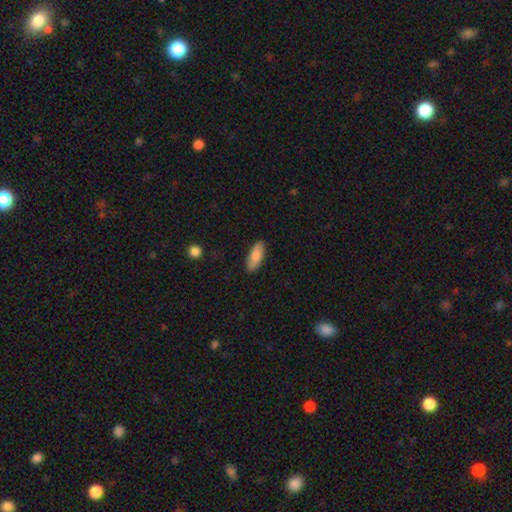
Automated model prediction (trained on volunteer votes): Smooth or featured?
  - smooth: 85% *
  - featured or disk: 9%
  - star or artifact: 6%
How rounded?
  - in between: 73% *
  - cigar-shaped: 25%
  - round: 2%
Merging?
  - none: 87% *
  - minor disturbance: 10%
  - major disturbance: 2%
  - merger: 1%